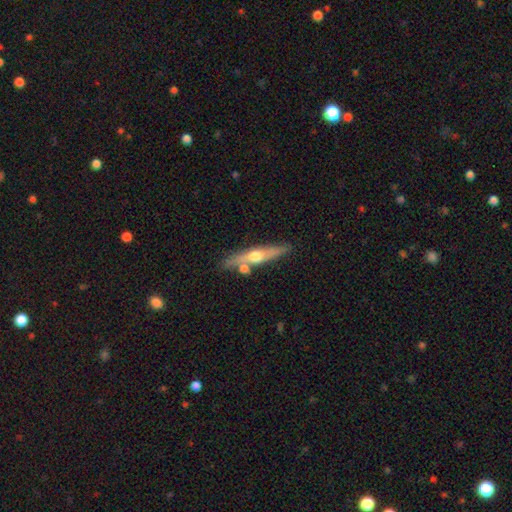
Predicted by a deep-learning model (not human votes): The model was most divided on "smooth or featured": featured or disk: 62%, smooth: 33%, star or artifact: 6%. More confident: edge-on bulge — rounded (93%); edge-on disk — yes (91%); merging — none (71%).